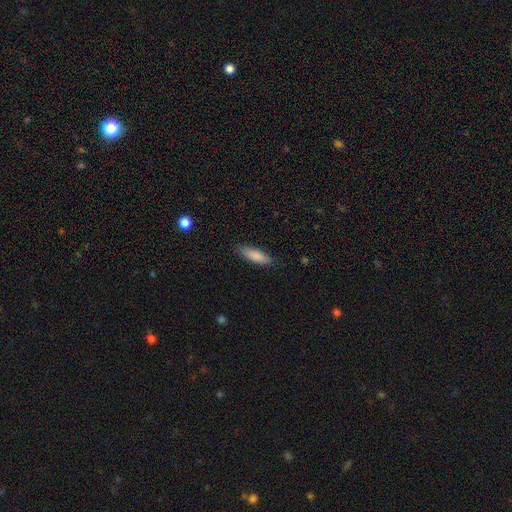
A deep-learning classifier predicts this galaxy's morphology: Smooth or featured: smooth — 83% (featured or disk — 11%)
How rounded: cigar-shaped — 56% (in between — 42%)
Merging: none — 85% (minor disturbance — 12%)